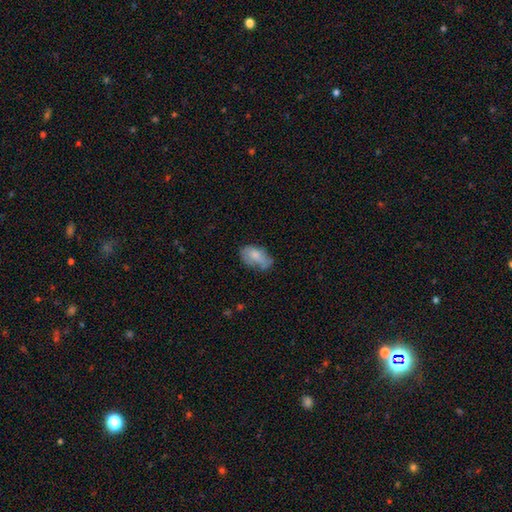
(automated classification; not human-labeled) Smooth or featured: smooth — 71% (featured or disk — 21%)
How rounded: in between — 92% (round — 6%)
Merging: none — 49% (minor disturbance — 34%)